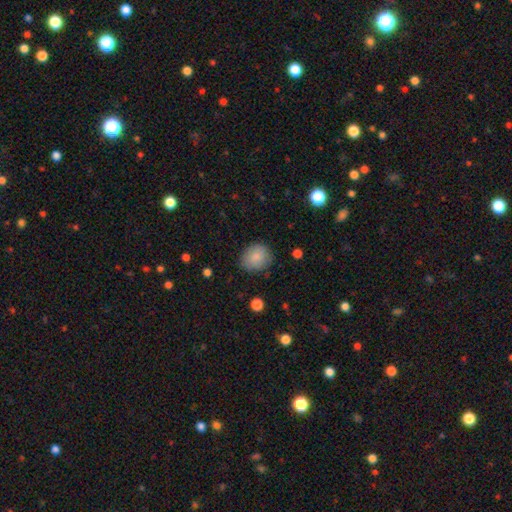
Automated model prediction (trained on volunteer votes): smooth_or_featured: smooth (p=0.85) [alt: star or artifact p=0.08]
how_rounded: round (p=0.62) [alt: in between p=0.38]
merging: none (p=0.81) [alt: minor disturbance p=0.15]